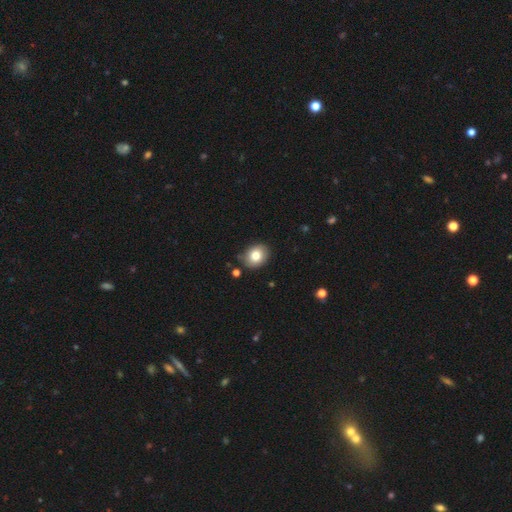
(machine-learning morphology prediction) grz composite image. It shows a smooth galaxy with no disk features (80%) that is round (52%). Merging: none (82%).